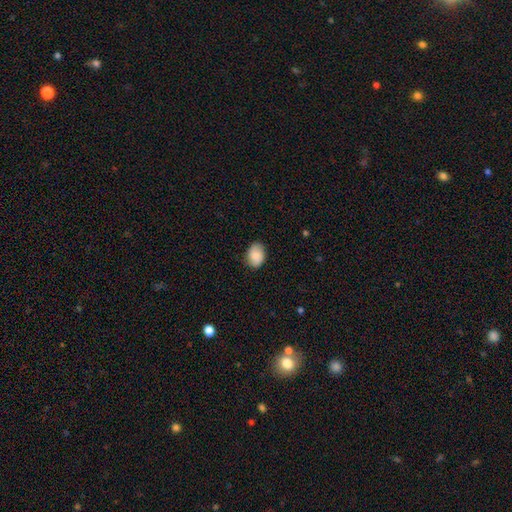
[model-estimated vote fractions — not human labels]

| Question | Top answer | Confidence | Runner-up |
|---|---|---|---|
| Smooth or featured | smooth | 85% | featured or disk (8%) |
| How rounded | in between | 73% | round (26%) |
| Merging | none | 83% | minor disturbance (14%) |